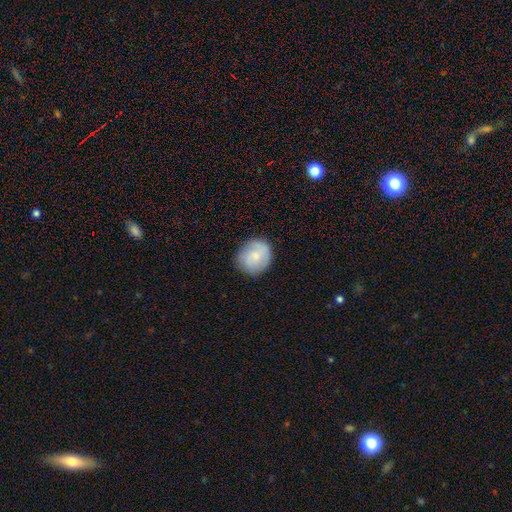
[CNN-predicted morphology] The model was most divided on "smooth or featured": smooth: 74%, featured or disk: 20%, star or artifact: 7%. More confident: how rounded — round (82%); merging — none (81%).